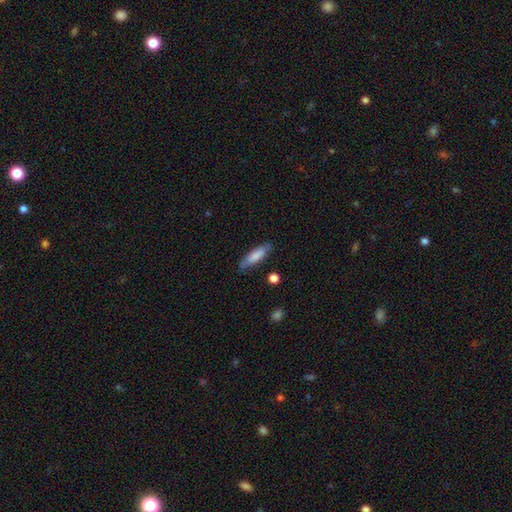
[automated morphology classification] smooth 79%, featured or disk 15%, star or artifact 6%. Down the decision tree: how rounded — cigar-shaped (66%); merging — none (80%).